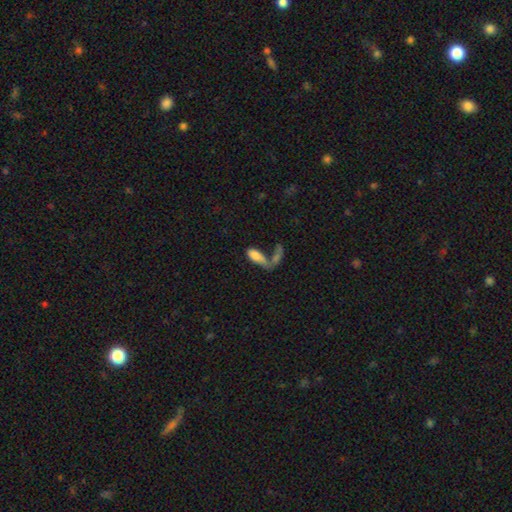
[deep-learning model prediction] This is likely a smooth galaxy (74%). How rounded: likely in between (75%). Merging: possibly merger (52%).